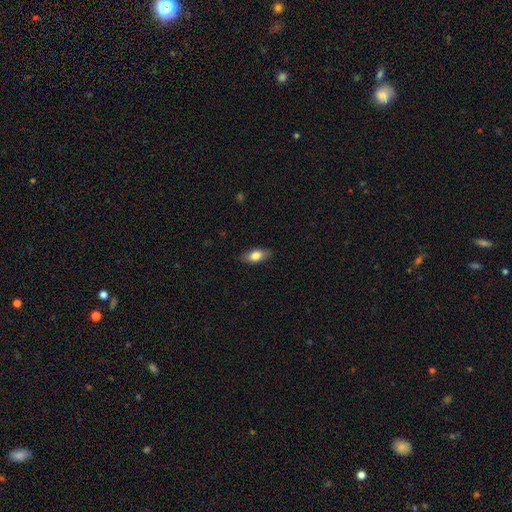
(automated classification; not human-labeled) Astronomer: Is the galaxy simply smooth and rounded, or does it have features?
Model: smooth — 78%.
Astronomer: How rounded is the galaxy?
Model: in between — 85%.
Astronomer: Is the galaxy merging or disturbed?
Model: none — 86%.